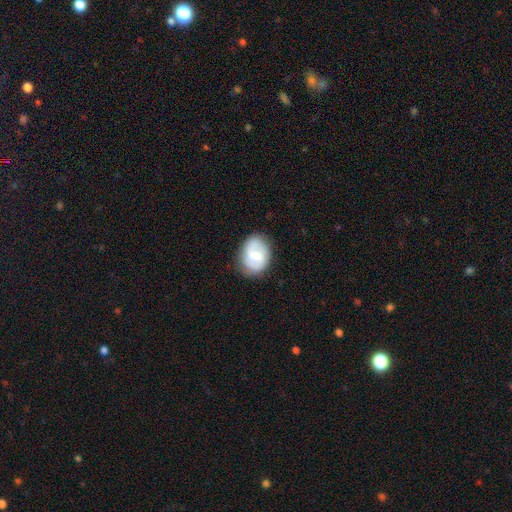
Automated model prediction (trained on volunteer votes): A featured or disk galaxy (48%).

Vote fractions:
- Smooth or featured? featured or disk: 48% / smooth: 45% / star or artifact: 6%
- Merging? none: 79% / minor disturbance: 15% / major disturbance: 4% / merger: 1%